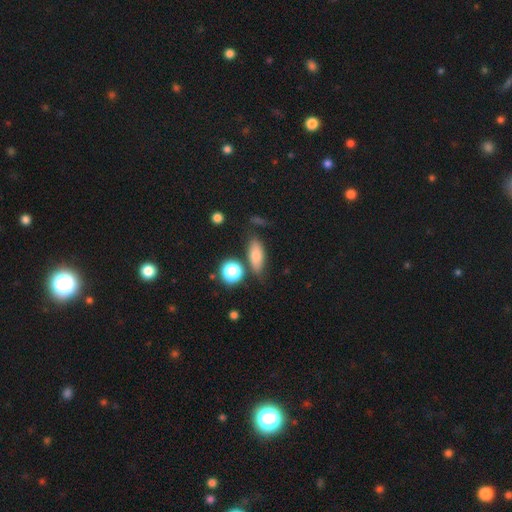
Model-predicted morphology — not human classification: Overall: smooth (72%). How rounded: in between (67%). Merging: none (72%).